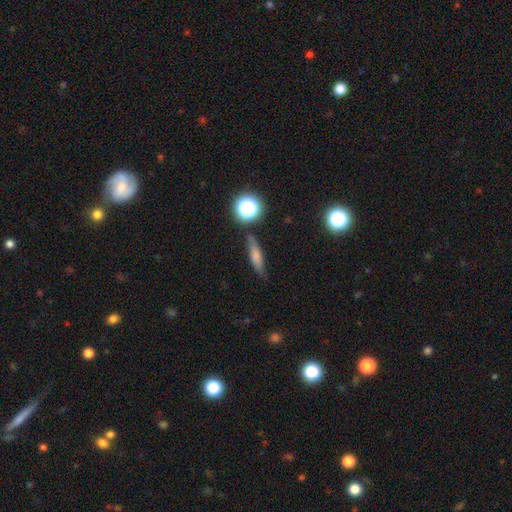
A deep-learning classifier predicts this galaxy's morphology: Smooth or featured? Predicted: smooth (p=0.63). How rounded? Predicted: cigar-shaped (p=0.68). Merging? Predicted: none (p=0.76).